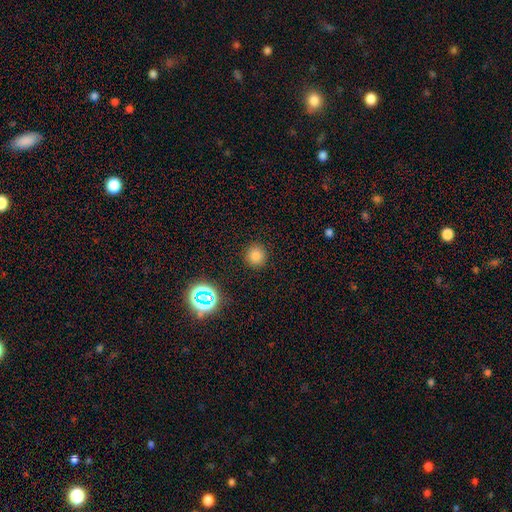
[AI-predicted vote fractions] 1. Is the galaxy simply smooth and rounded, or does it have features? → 79% smooth, 16% star or artifact, 5% featured or disk.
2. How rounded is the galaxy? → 94% round, 5% in between, 1% cigar-shaped.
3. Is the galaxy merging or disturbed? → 91% none, 6% minor disturbance, 2% major disturbance, 1% merger.